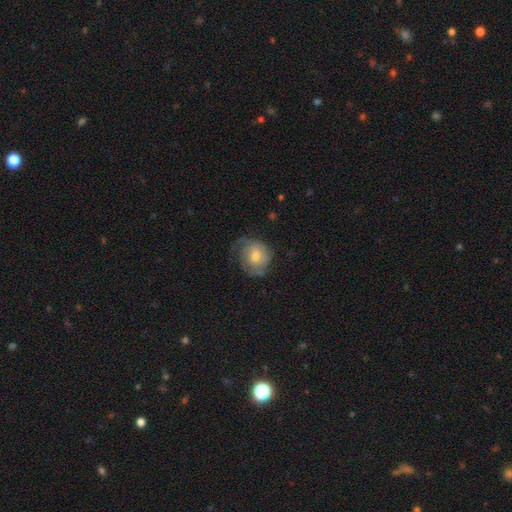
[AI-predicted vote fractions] featured or disk 57%, smooth 35%, star or artifact 8%. Down the decision tree: edge-on disk — no (97%); bar — no (68%); spiral arms — yes (84%); bulge size — moderate (63%); merging — none (59%).